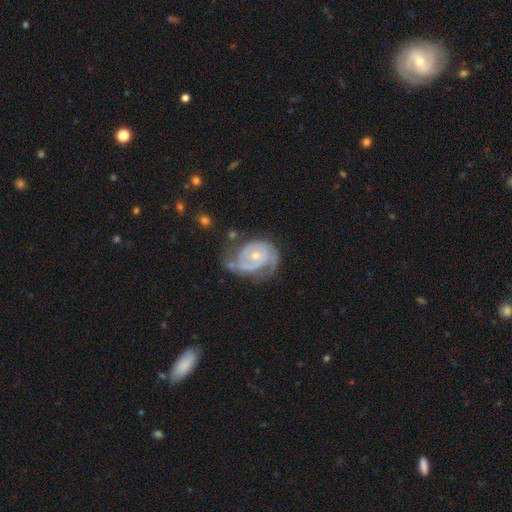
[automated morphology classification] Smooth or featured? featured or disk (85%)
Edge-on disk? no (97%)
Bar? no (71%)
Spiral arms? yes (92%)
Spiral winding? tight (60%)
Spiral arm count? 2 (52%)
Bulge size? small (50%)
Merging? none (50%)